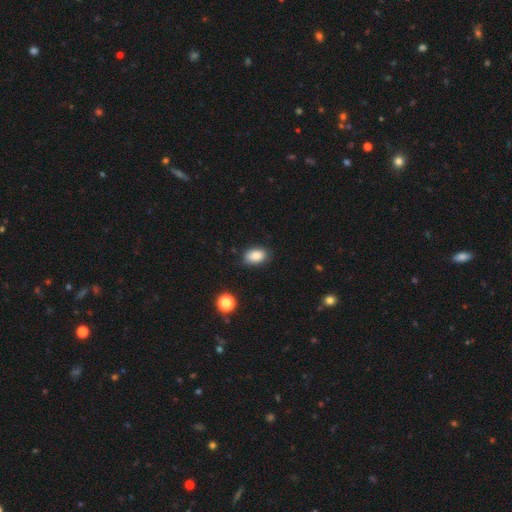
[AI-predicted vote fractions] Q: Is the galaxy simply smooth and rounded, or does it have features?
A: smooth — 86%.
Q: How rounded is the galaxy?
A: in between — 85%.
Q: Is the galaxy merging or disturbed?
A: none — 81%.